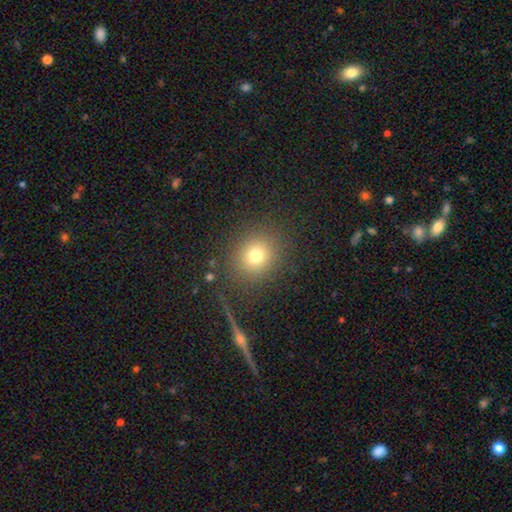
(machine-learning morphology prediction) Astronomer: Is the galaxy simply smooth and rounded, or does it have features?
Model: smooth — 74%.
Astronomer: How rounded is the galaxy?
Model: round — 80%.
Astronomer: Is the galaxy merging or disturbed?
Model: none — 85%.